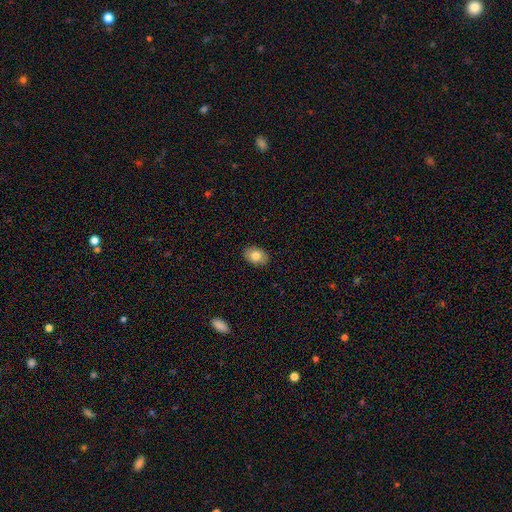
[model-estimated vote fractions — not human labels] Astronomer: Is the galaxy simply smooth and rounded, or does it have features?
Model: smooth — 81%.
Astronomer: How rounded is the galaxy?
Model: in between — 82%.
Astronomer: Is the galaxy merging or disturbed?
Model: none — 89%.